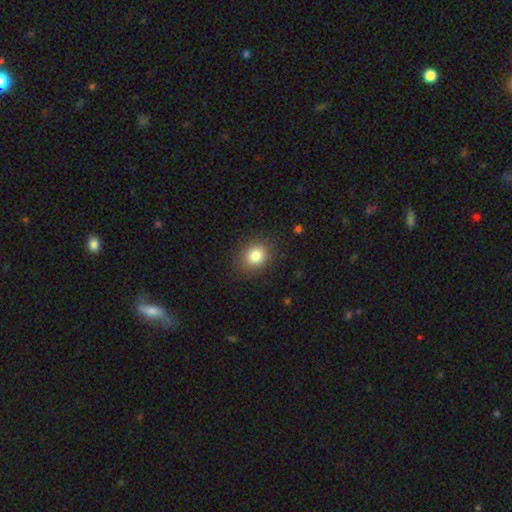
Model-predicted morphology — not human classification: This appears to be a smooth galaxy with no disk features (83%) that is round (69%). Merging: none (87%).